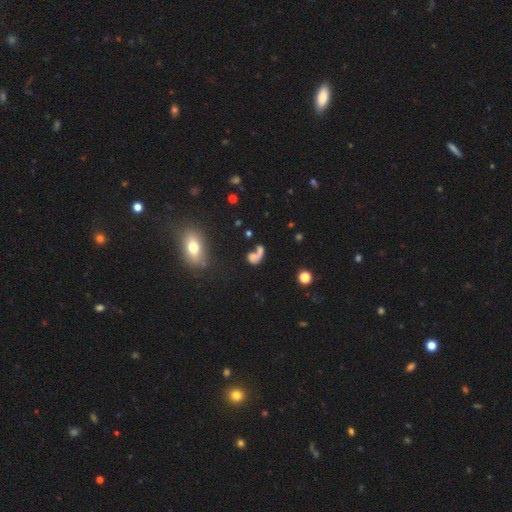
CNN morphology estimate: Smooth or featured? smooth (52%)
How rounded? in between (61%)
Merging? merger (37%)